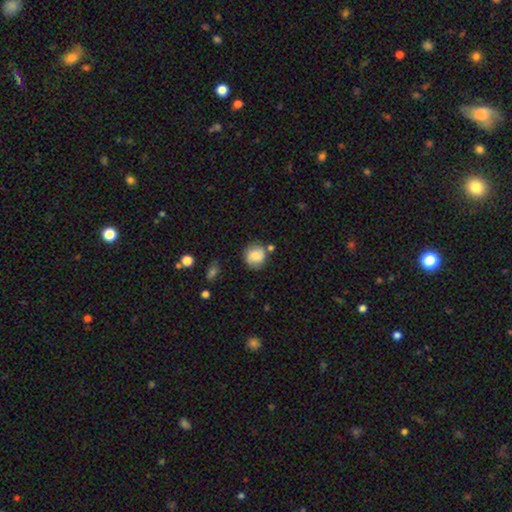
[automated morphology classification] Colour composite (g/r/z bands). It shows a smooth galaxy with no disk features (74%) that is round (85%). Merging: none (67%).